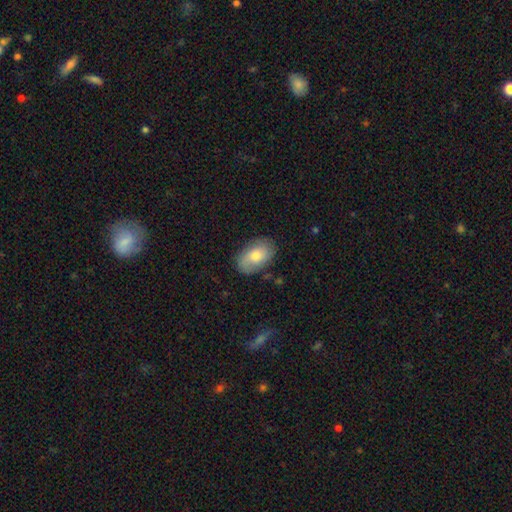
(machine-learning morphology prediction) Smooth or featured? Predicted: smooth (p=0.69). How rounded? Predicted: in between (p=0.90). Merging? Predicted: none (p=0.81).